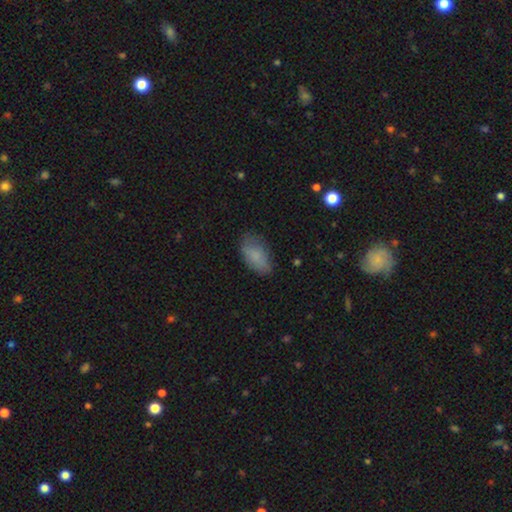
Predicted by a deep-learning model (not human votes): Smooth or featured?
  - smooth: 81% *
  - featured or disk: 11%
  - star or artifact: 8%
How rounded?
  - in between: 92% *
  - round: 4%
  - cigar-shaped: 4%
Merging?
  - none: 68% *
  - minor disturbance: 24%
  - major disturbance: 7%
  - merger: 1%